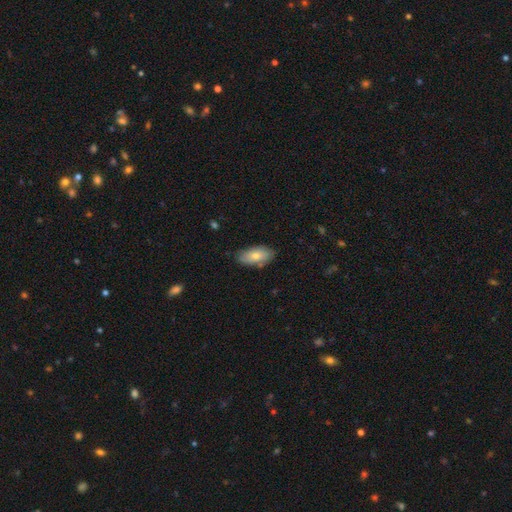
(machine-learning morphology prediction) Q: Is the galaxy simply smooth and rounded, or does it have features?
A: smooth — 70%.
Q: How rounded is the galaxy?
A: in between — 90%.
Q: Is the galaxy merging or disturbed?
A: none — 80%.